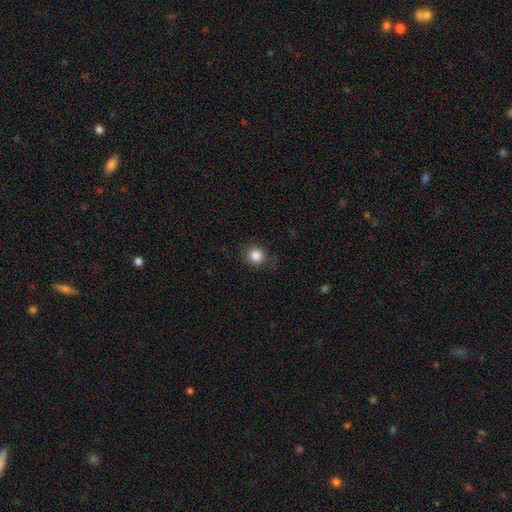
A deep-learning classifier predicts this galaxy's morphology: Smooth or featured? Predicted: smooth (p=0.85). How rounded? Predicted: round (p=0.89). Merging? Predicted: none (p=0.85).